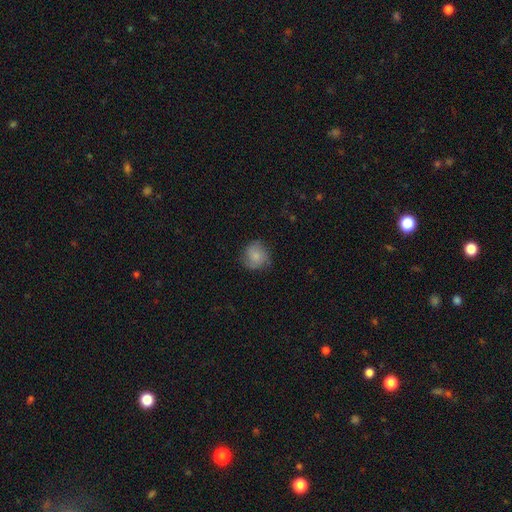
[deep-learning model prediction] This appears to be a smooth galaxy with no disk features (76%) that is round (85%). Merging: none (70%).